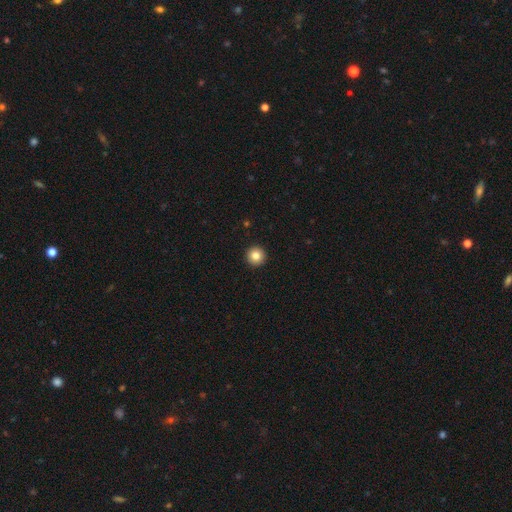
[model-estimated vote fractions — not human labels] Smooth or featured? Predicted: smooth (p=0.84). How rounded? Predicted: round (p=0.96). Merging? Predicted: none (p=0.94).